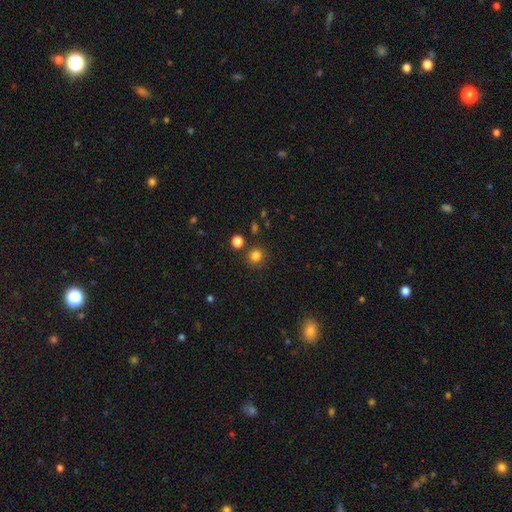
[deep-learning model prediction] Morphology: type=smooth (82%); roundness=round (88%); merging=none (84%).